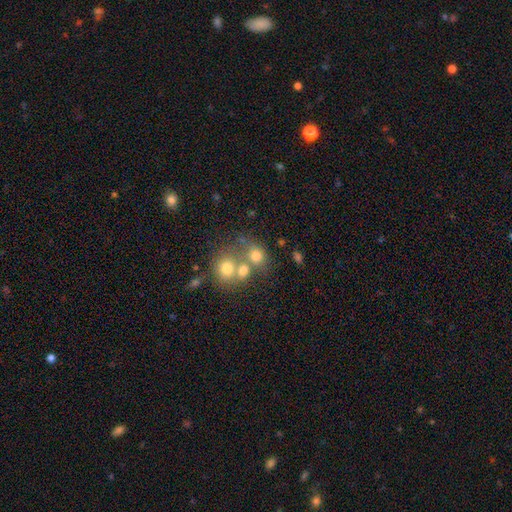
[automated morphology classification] Smooth or featured? Predicted: smooth (p=0.71). How rounded? Predicted: round (p=0.70). Merging? Predicted: merger (p=0.46).